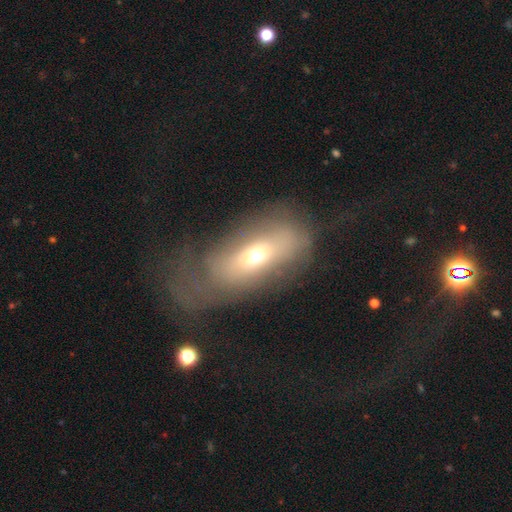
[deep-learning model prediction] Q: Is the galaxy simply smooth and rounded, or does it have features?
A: smooth — 48%.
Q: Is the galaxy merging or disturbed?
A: major disturbance — 40%.